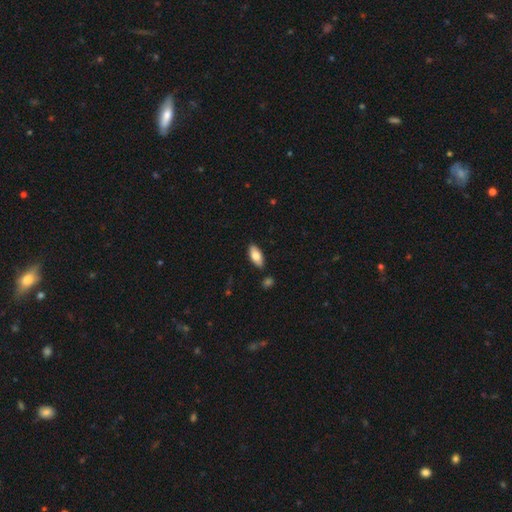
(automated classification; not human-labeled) This appears to be a smooth galaxy with no disk features (76%) that is in between round and cigar-shaped (86%). Merging: none (85%).